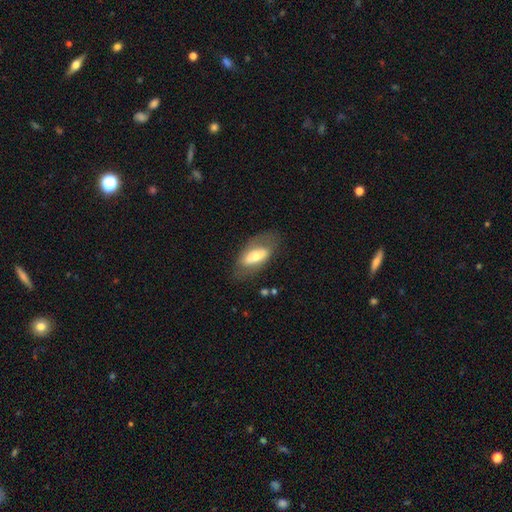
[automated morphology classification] smooth_or_featured: smooth (p=0.51) [alt: featured or disk p=0.42]
how_rounded: in between (p=0.86) [alt: cigar-shaped p=0.10]
merging: none (p=0.69) [alt: minor disturbance p=0.19]